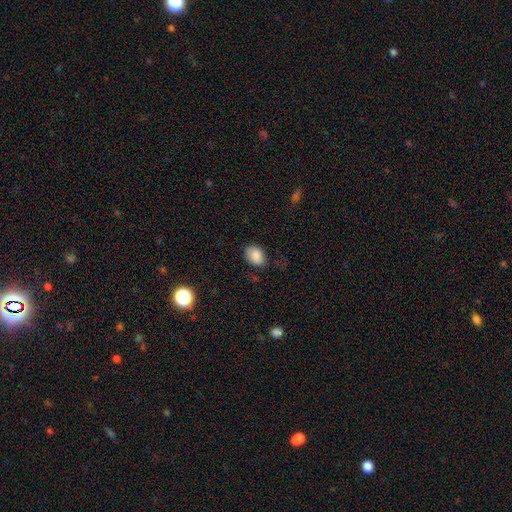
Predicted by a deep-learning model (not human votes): The model was most divided on "how rounded": in between: 73%, round: 26%, cigar-shaped: 1%. More confident: smooth or featured — smooth (86%); merging — none (74%).